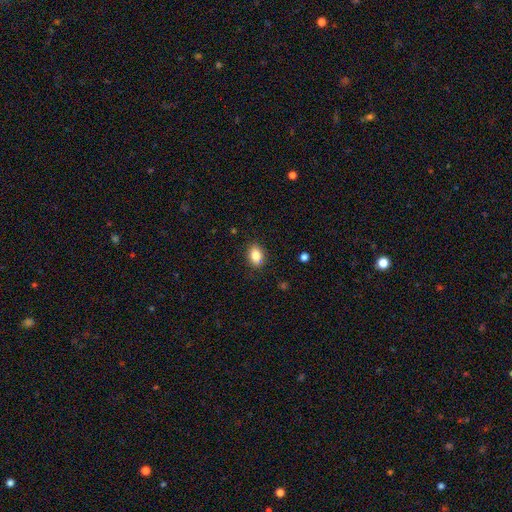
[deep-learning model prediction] Q: Smooth or featured?
A: smooth (83%); runner-up: star or artifact (9%)
Q: How rounded?
A: in between (75%); runner-up: round (24%)
Q: Merging?
A: none (84%); runner-up: minor disturbance (12%)